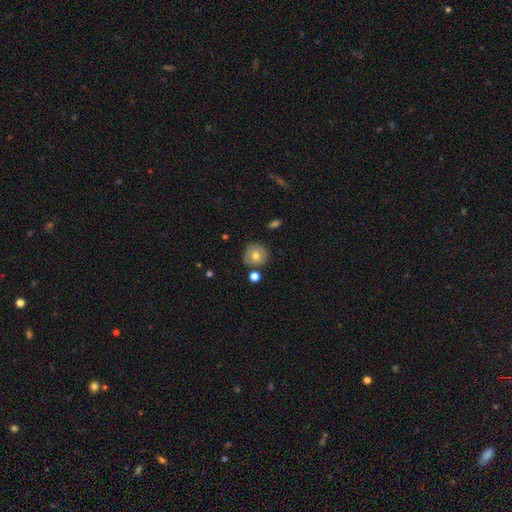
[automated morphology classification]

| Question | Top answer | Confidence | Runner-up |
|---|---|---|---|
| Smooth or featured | smooth | 69% | featured or disk (21%) |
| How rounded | round | 90% | in between (9%) |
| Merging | none | 77% | minor disturbance (13%) |